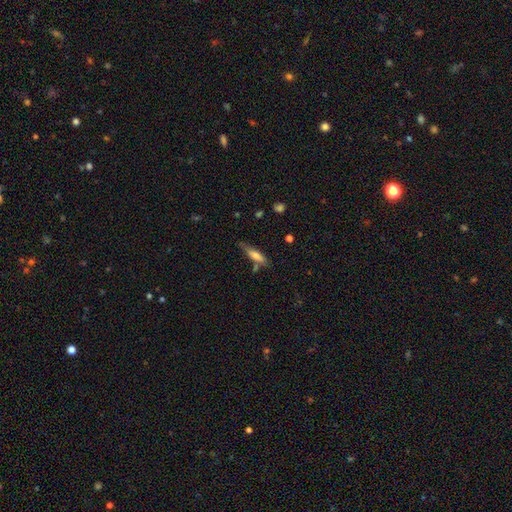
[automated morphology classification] Q: Smooth or featured?
A: smooth (60%); runner-up: featured or disk (33%)
Q: How rounded?
A: cigar-shaped (66%); runner-up: in between (32%)
Q: Merging?
A: none (65%); runner-up: minor disturbance (21%)